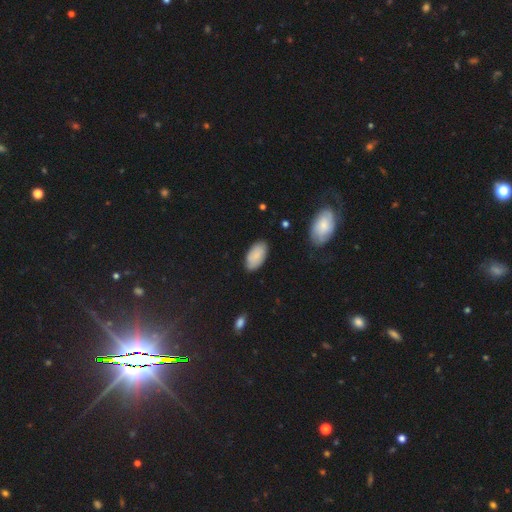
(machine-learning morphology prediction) Smooth or featured?
  - smooth: 82% *
  - featured or disk: 11%
  - star or artifact: 7%
How rounded?
  - in between: 95% *
  - cigar-shaped: 2%
  - round: 2%
Merging?
  - none: 82% *
  - minor disturbance: 13%
  - major disturbance: 3%
  - merger: 2%